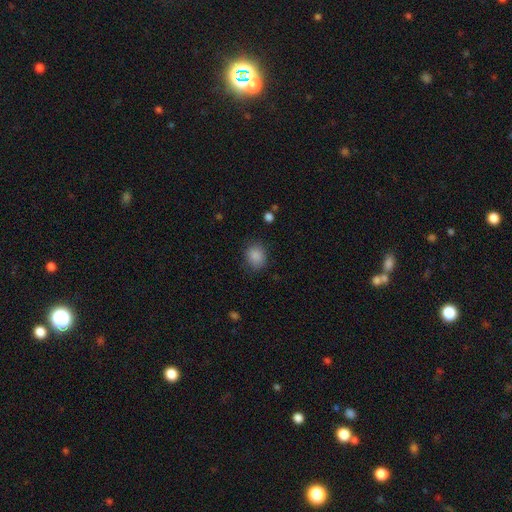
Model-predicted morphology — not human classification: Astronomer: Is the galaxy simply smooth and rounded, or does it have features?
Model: smooth — 87%.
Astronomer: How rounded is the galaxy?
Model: round — 62% (runner-up: in between, 37%).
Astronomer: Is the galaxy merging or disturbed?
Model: none — 79%.